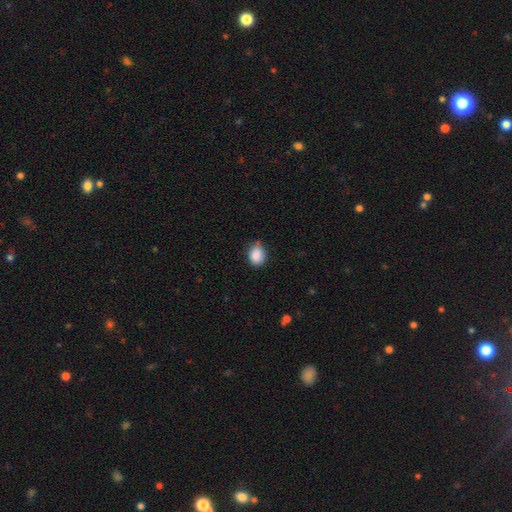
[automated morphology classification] Smooth or featured?
  - smooth: 87% *
  - star or artifact: 8%
  - featured or disk: 5%
How rounded?
  - round: 50% *
  - in between: 49%
  - cigar-shaped: 1%
Merging?
  - none: 69% *
  - minor disturbance: 26%
  - major disturbance: 4%
  - merger: 2%